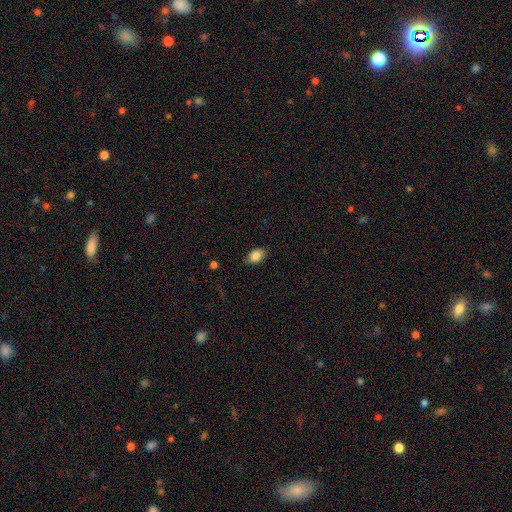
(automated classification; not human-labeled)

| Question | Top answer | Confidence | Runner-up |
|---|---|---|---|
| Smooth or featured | smooth | 86% | star or artifact (8%) |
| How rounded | in between | 87% | round (11%) |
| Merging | none | 85% | minor disturbance (12%) |